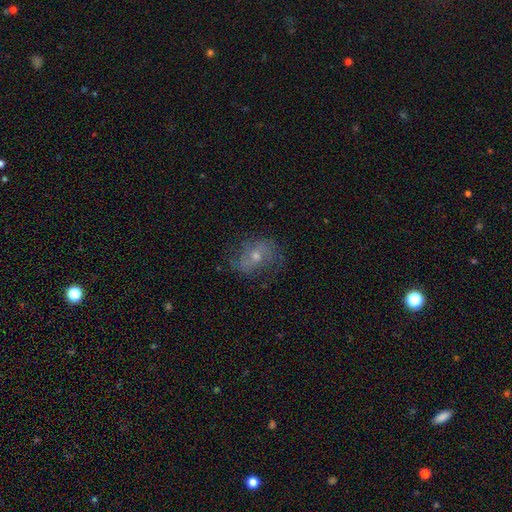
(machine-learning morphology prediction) Smooth or featured? Predicted: featured or disk (p=0.66). Edge-on disk? Predicted: no (p=0.96). Bar? Predicted: no (p=0.57). Spiral arms? Predicted: yes (p=0.85). Spiral winding? Predicted: loose (p=0.43). Spiral arm count? Predicted: 2 (p=0.69). Bulge size? Predicted: moderate (p=0.50). Merging? Predicted: none (p=0.67).